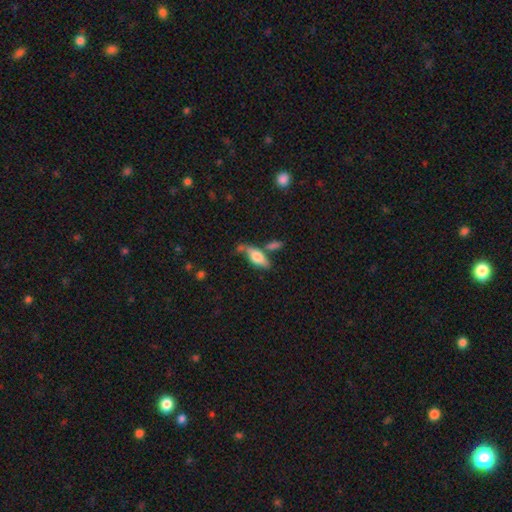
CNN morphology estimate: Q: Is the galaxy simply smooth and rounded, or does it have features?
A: smooth — 62%.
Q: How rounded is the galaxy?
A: in between — 72%.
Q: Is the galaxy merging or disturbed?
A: none — 44%.